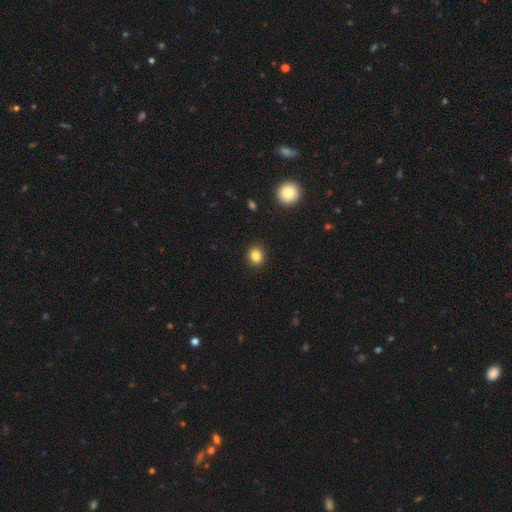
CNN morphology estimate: This appears to be a smooth galaxy with no disk features (85%) that is round (79%). Merging: none (91%).